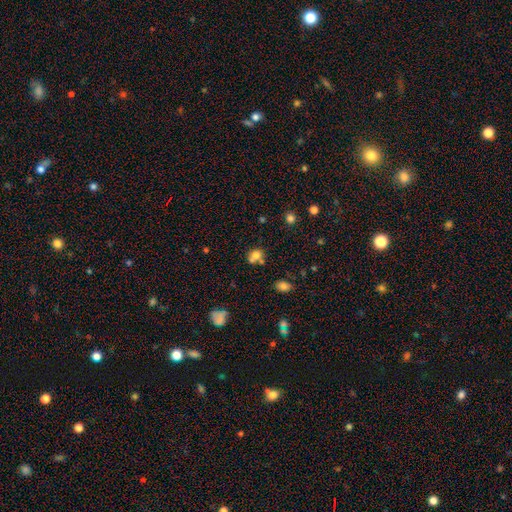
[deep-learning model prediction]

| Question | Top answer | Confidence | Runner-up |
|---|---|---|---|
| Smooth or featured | smooth | 72% | star or artifact (14%) |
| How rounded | round | 69% | in between (30%) |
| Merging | none | 43% | merger (41%) |